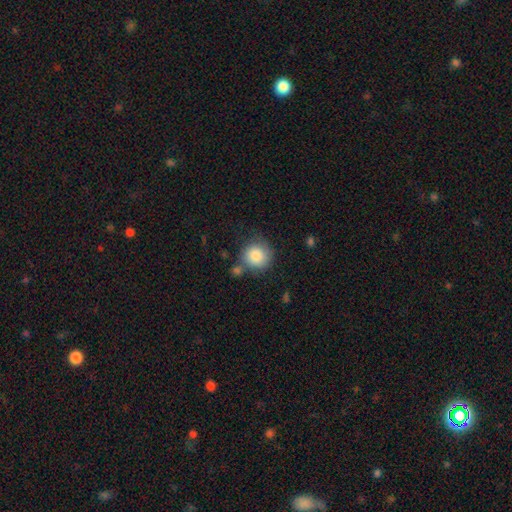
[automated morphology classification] Smooth or featured? smooth (85%)
How rounded? round (91%)
Merging? none (66%)